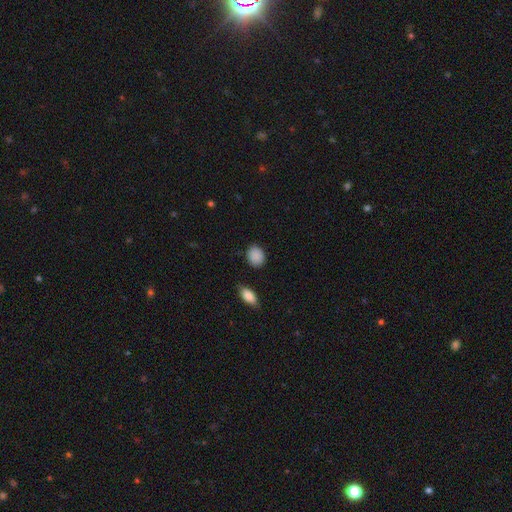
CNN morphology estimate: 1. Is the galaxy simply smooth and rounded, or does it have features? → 89% smooth, 8% star or artifact, 3% featured or disk.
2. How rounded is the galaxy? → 51% round, 48% in between, 1% cigar-shaped.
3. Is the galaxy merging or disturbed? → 83% none, 12% minor disturbance, 3% major disturbance, 2% merger.